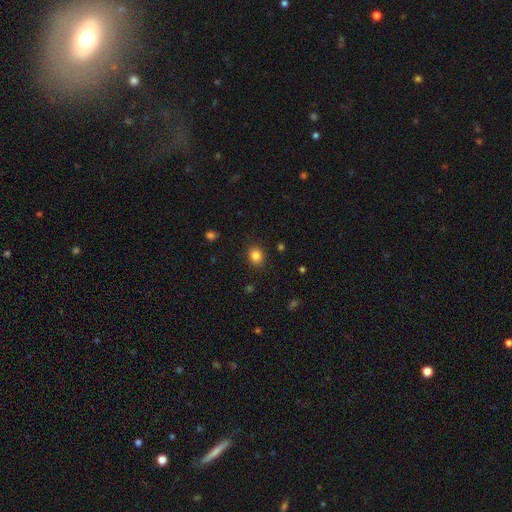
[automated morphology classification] Smooth or featured? smooth (84%)
How rounded? round (57%)
Merging? none (87%)